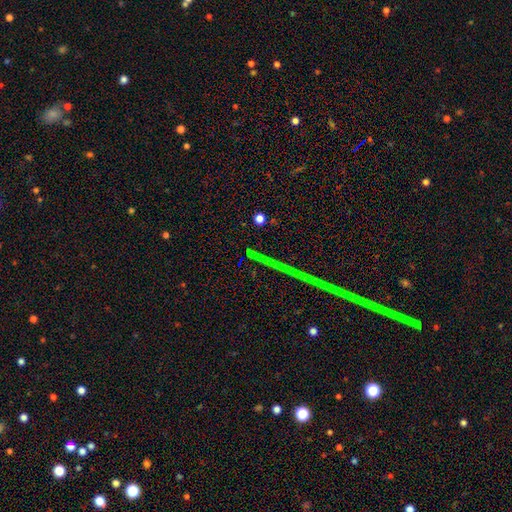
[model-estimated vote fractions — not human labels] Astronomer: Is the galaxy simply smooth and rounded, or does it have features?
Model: star or artifact — 78%.